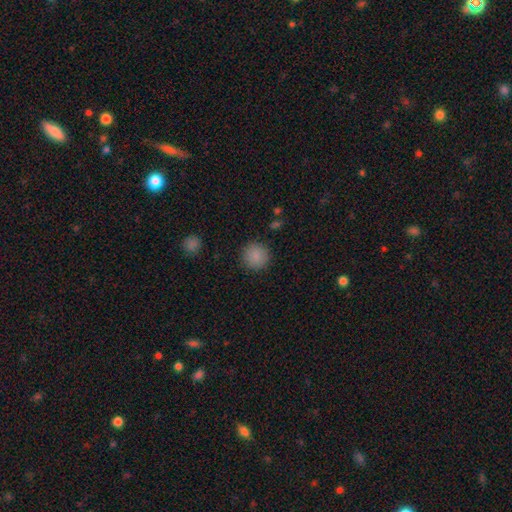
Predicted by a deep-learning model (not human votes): This is clearly a smooth galaxy (87%). How rounded: clearly round (94%). Merging: clearly none (90%).